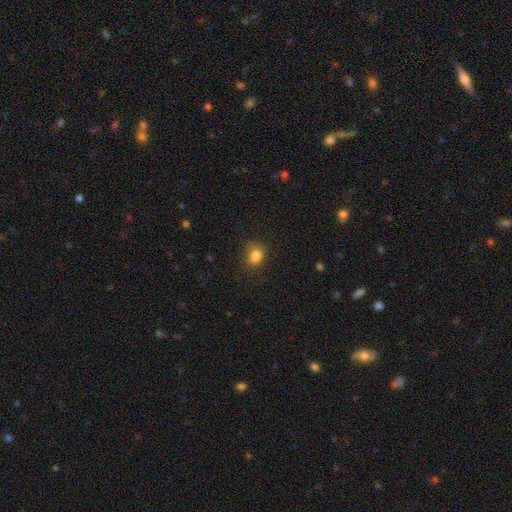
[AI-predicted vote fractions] Smooth or featured?
  - smooth: 83% *
  - star or artifact: 12%
  - featured or disk: 5%
How rounded?
  - round: 55% *
  - in between: 44%
  - cigar-shaped: 1%
Merging?
  - none: 74% *
  - minor disturbance: 19%
  - major disturbance: 6%
  - merger: 1%